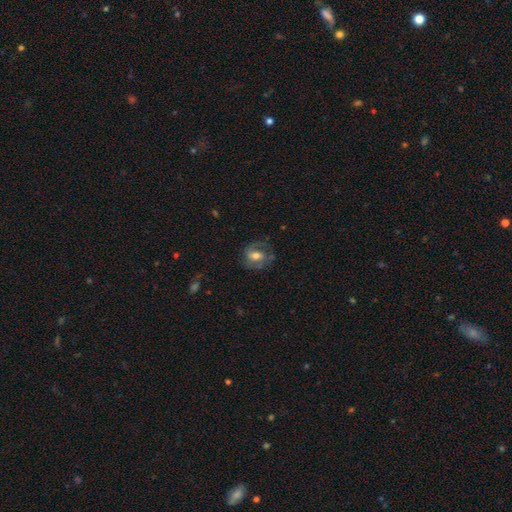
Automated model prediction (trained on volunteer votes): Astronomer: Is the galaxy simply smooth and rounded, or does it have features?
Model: featured or disk — 58% (runner-up: smooth, 34%).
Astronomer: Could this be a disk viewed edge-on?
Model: no — 96%.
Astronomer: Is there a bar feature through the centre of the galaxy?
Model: weak — 40% (runner-up: no, 39%).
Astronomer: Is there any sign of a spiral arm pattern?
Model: yes — 78%.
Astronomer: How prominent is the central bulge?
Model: moderate — 66%.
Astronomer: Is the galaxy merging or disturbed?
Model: none — 64%.